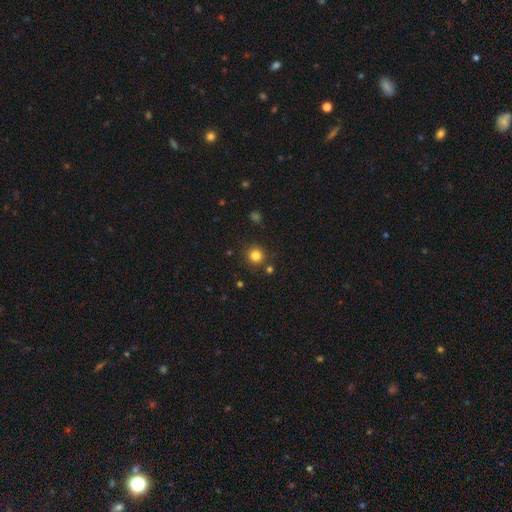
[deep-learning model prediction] Smooth or featured: smooth — 81% (star or artifact — 14%)
How rounded: round — 93% (in between — 6%)
Merging: none — 85% (minor disturbance — 7%)